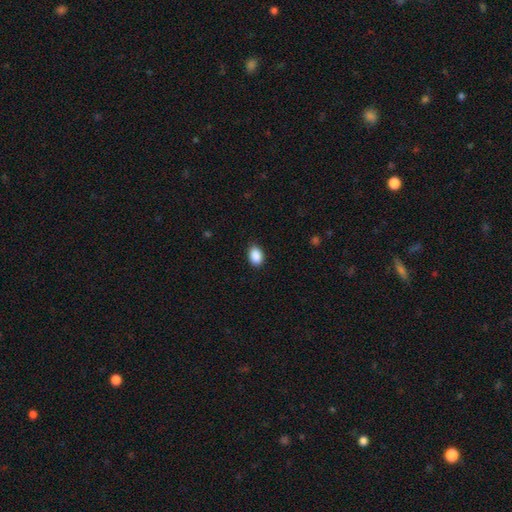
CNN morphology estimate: Smooth or featured?
  - smooth: 90% *
  - star or artifact: 8%
  - featured or disk: 3%
How rounded?
  - in between: 83% *
  - round: 16%
  - cigar-shaped: 1%
Merging?
  - none: 86% *
  - minor disturbance: 11%
  - major disturbance: 2%
  - merger: 1%